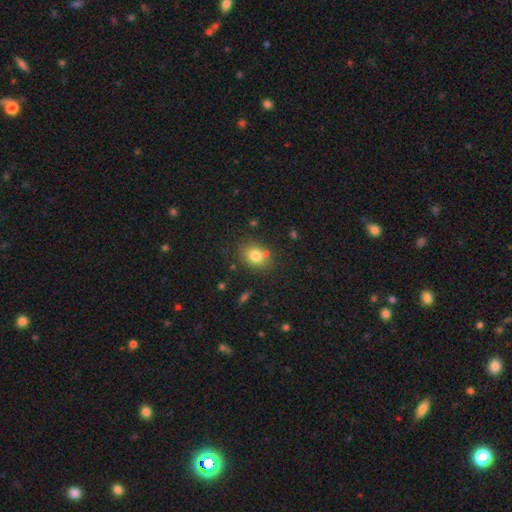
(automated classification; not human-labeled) Overall: smooth (79%). How rounded: in between (50%; round 49%). Merging: none (74%).